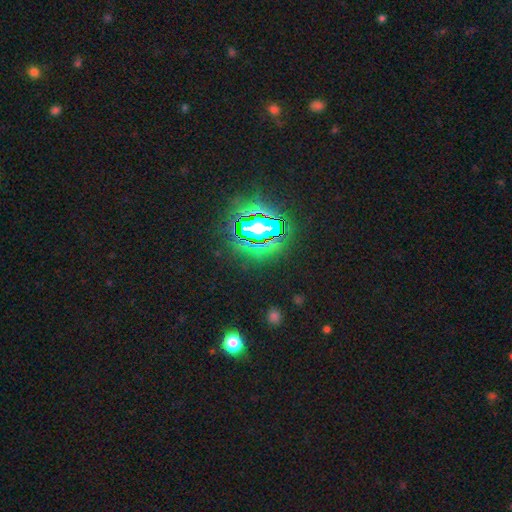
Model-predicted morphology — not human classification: Q: Smooth or featured?
A: star or artifact (74%); runner-up: smooth (17%)